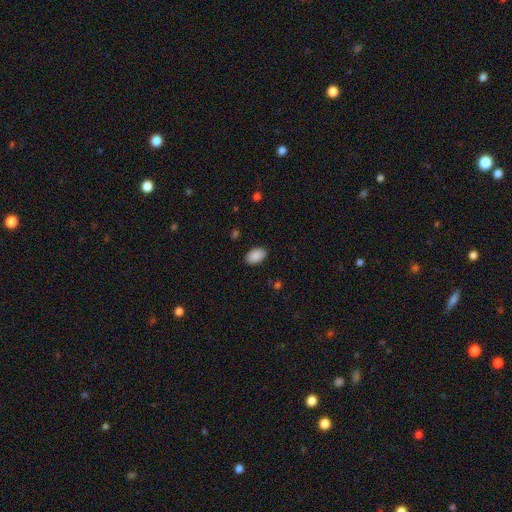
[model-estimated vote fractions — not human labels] Smooth or featured? smooth (90%)
How rounded? in between (93%)
Merging? none (89%)